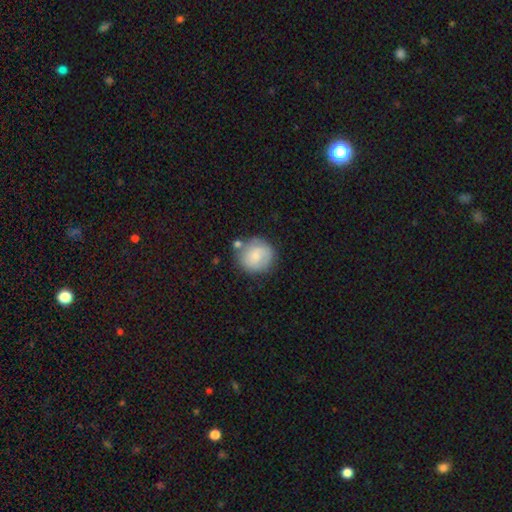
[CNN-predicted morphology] A smooth galaxy with no disk features (70%) that is round (88%).

Vote fractions:
- Smooth or featured? smooth: 70% / featured or disk: 23% / star or artifact: 7%
- How rounded? round: 88% / in between: 11% / cigar-shaped: 1%
- Merging? none: 67% / minor disturbance: 18% / merger: 9% / major disturbance: 6%